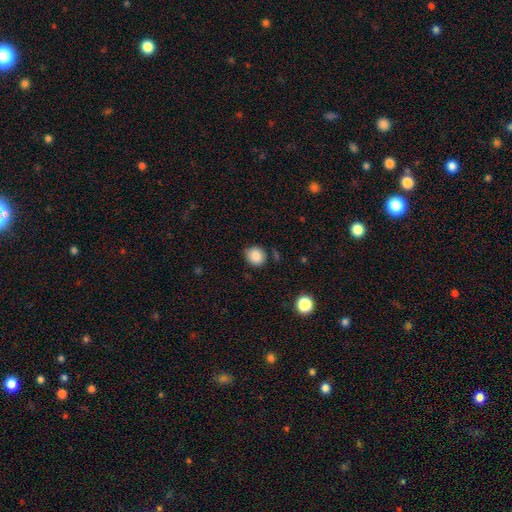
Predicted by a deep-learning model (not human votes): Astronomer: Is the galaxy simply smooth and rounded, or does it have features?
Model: smooth — 86%.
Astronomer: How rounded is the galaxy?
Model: round — 71%.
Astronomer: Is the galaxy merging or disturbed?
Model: none — 79%.